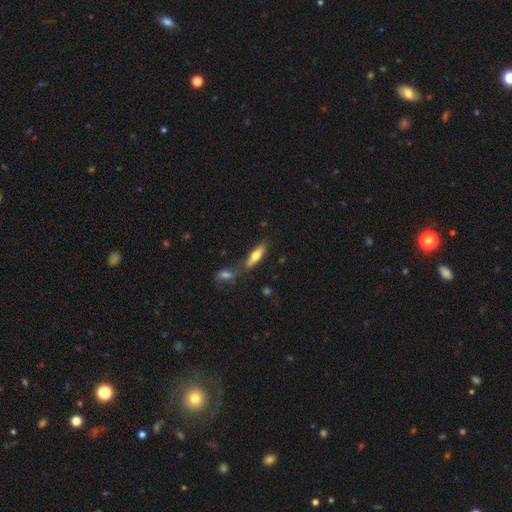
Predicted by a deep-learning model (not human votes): Smooth or featured?
  - smooth: 66% *
  - featured or disk: 28%
  - star or artifact: 6%
How rounded?
  - cigar-shaped: 51% *
  - in between: 47%
  - round: 2%
Merging?
  - none: 66% *
  - merger: 16%
  - minor disturbance: 14%
  - major disturbance: 4%